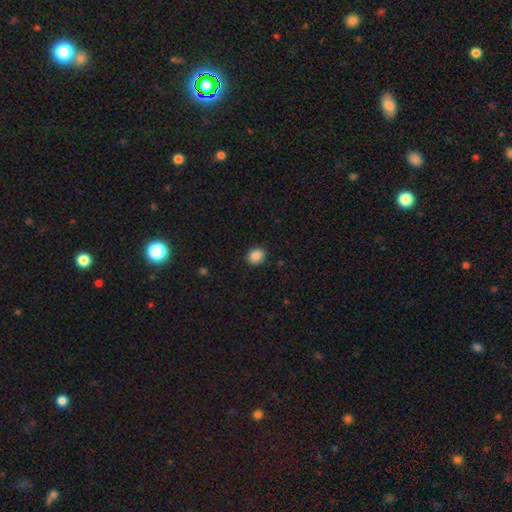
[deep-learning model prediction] smooth_or_featured: smooth (p=0.87) [alt: star or artifact p=0.09]
how_rounded: round (p=0.76) [alt: in between p=0.23]
merging: none (p=0.91) [alt: minor disturbance p=0.06]